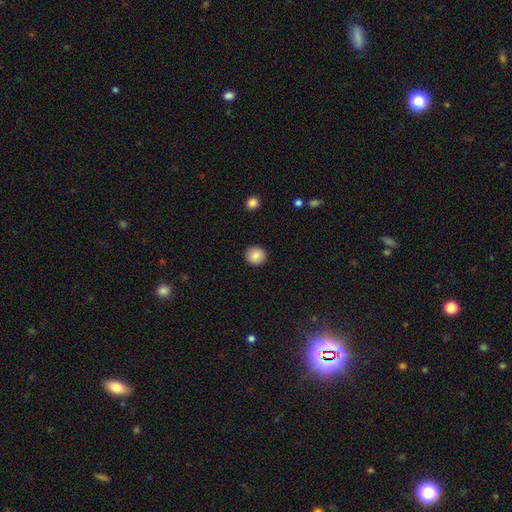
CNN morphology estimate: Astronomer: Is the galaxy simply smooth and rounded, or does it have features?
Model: smooth — 87%.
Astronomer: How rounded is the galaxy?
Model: round — 92%.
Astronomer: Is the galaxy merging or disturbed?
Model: none — 92%.